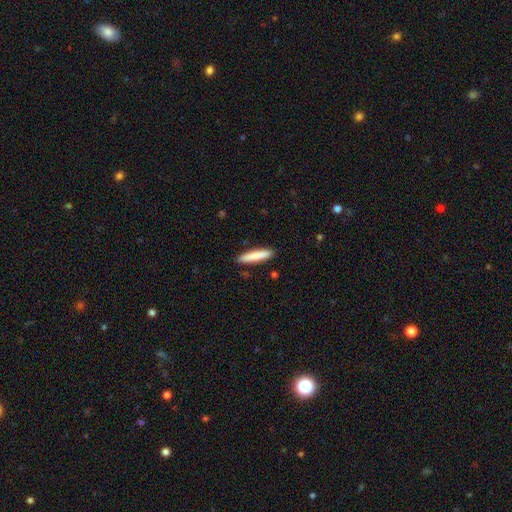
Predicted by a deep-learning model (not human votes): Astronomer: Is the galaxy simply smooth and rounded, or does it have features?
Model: smooth — 84%.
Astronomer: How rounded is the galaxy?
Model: cigar-shaped — 89%.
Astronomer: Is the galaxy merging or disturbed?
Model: none — 90%.